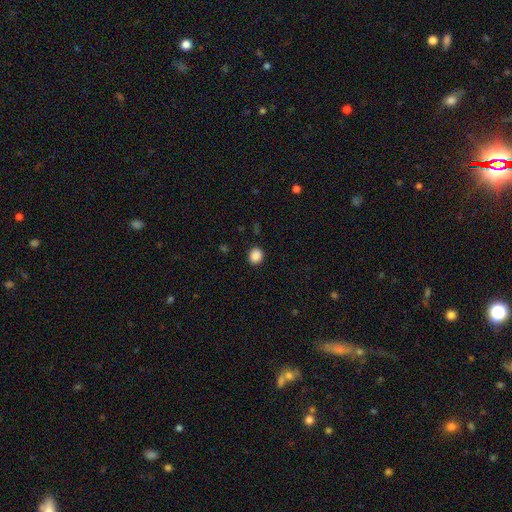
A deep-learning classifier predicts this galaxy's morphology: A smooth galaxy with no disk features (88%) that is round (77%).

Vote fractions:
- Smooth or featured? smooth: 88% / star or artifact: 10% / featured or disk: 3%
- How rounded? round: 77% / in between: 22% / cigar-shaped: 1%
- Merging? none: 91% / minor disturbance: 6% / major disturbance: 2% / merger: 1%